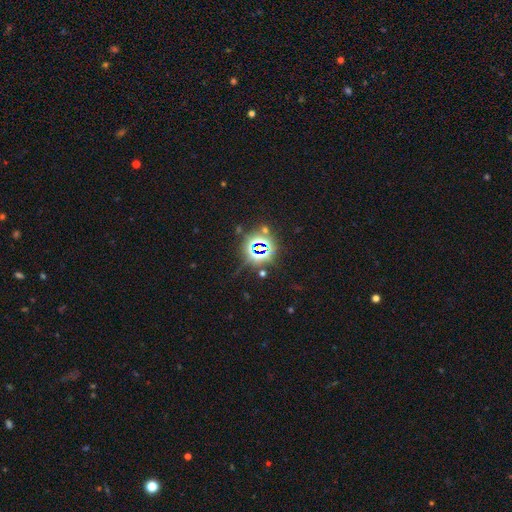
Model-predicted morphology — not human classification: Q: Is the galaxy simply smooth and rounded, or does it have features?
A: star or artifact — 78%.